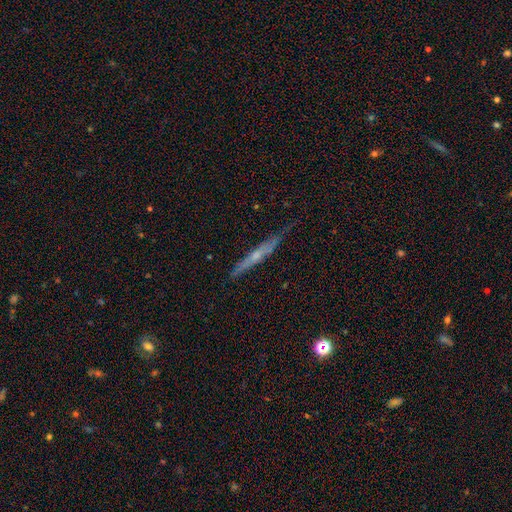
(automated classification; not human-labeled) Q: Smooth or featured?
A: featured or disk (63%); runner-up: smooth (30%)
Q: Edge-on disk?
A: yes (93%); runner-up: no (7%)
Q: Edge-on bulge?
A: rounded (54%); runner-up: none (41%)
Q: Merging?
A: none (76%); runner-up: minor disturbance (19%)